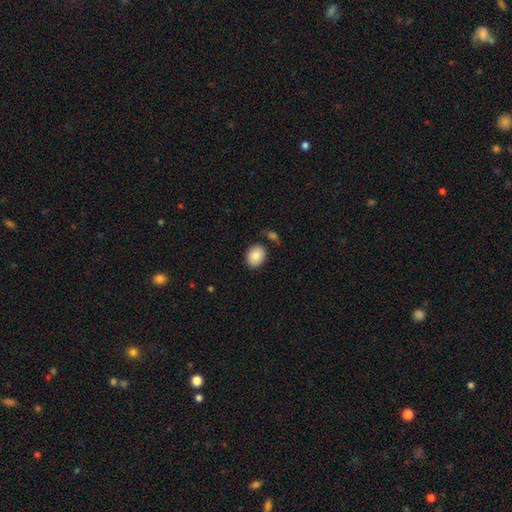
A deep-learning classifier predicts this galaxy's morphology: smooth-or-featured: smooth: 86% | star or artifact: 7% | featured or disk: 7%
  how-rounded: in between: 58% | round: 42% | cigar-shaped: 1%
  merging: none: 81% | minor disturbance: 11% | merger: 5% | major disturbance: 3%